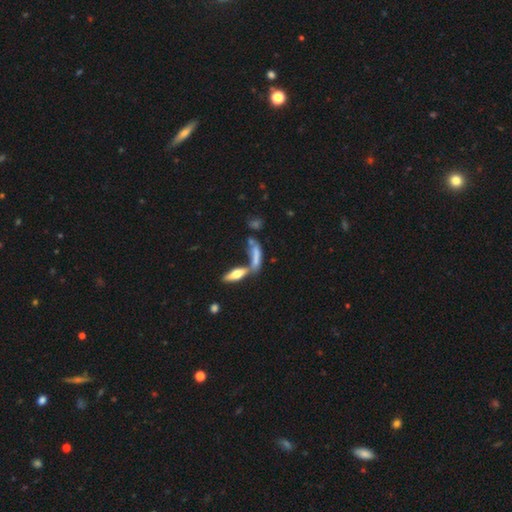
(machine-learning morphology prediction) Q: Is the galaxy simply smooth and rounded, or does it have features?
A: smooth — 57%.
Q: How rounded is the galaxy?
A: cigar-shaped — 64%.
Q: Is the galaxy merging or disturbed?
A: merger — 42%.